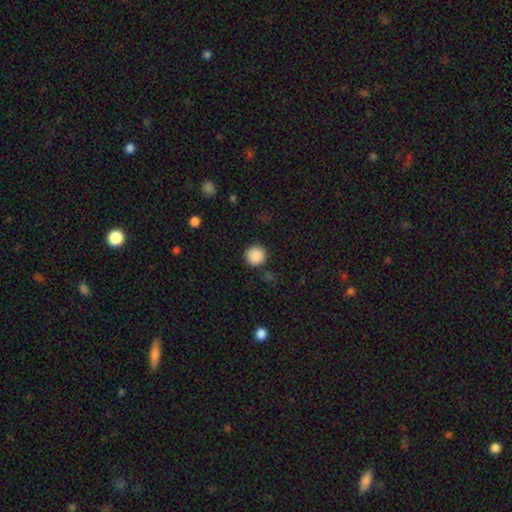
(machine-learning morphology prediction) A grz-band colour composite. It shows a smooth galaxy with no disk features (88%) that is round (95%). Merging: none (89%).